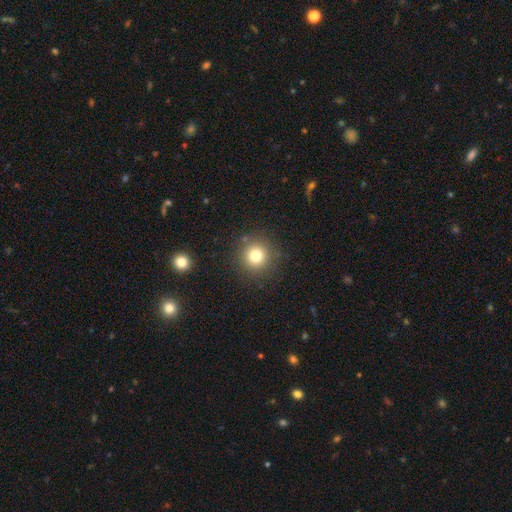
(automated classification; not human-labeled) smooth_or_featured: smooth (p=0.78) [alt: star or artifact p=0.14]
how_rounded: round (p=0.94) [alt: in between p=0.05]
merging: none (p=0.87) [alt: minor disturbance p=0.07]